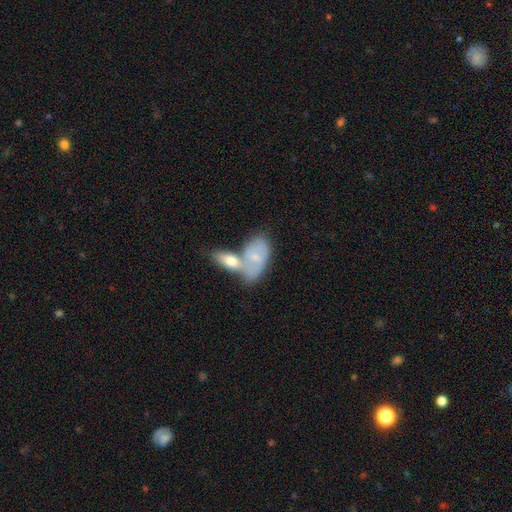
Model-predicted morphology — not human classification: Smooth or featured? Predicted: smooth (p=0.62). How rounded? Predicted: in between (p=0.90). Merging? Predicted: merger (p=0.58).